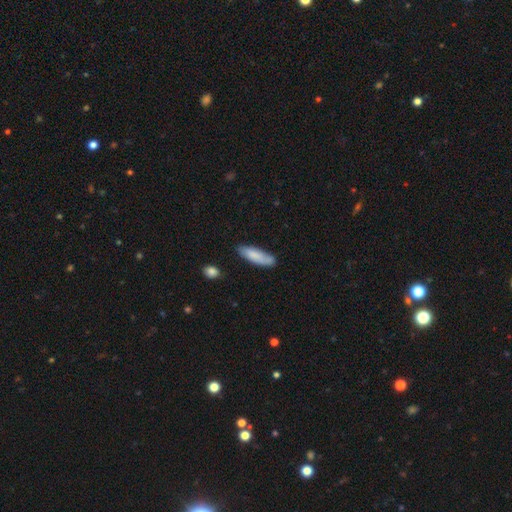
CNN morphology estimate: A smooth galaxy with no disk features (81%) that is in between round and cigar-shaped (52%).

Vote fractions:
- Smooth or featured? smooth: 81% / featured or disk: 13% / star or artifact: 6%
- How rounded? in between: 52% / cigar-shaped: 46% / round: 2%
- Merging? none: 71% / minor disturbance: 21% / major disturbance: 4% / merger: 4%